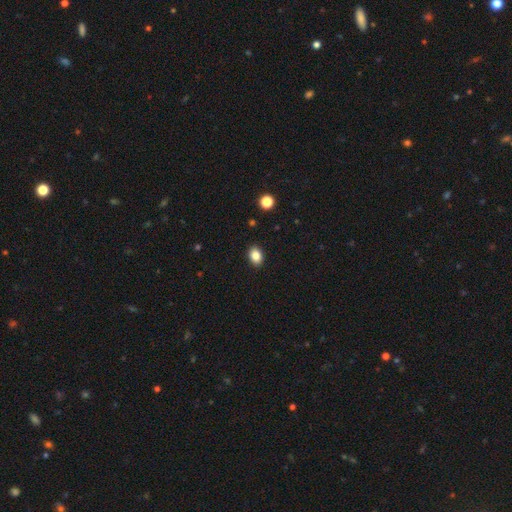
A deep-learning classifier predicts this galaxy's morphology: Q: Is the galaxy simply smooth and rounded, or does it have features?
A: smooth — 85%.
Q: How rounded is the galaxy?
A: in between — 76%.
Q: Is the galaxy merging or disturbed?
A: none — 90%.